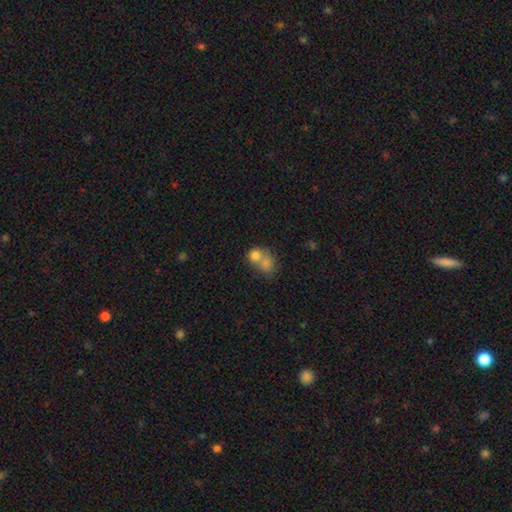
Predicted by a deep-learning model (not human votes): Q: Smooth or featured?
A: smooth (76%); runner-up: featured or disk (14%)
Q: How rounded?
A: round (67%); runner-up: in between (31%)
Q: Merging?
A: merger (68%); runner-up: none (22%)